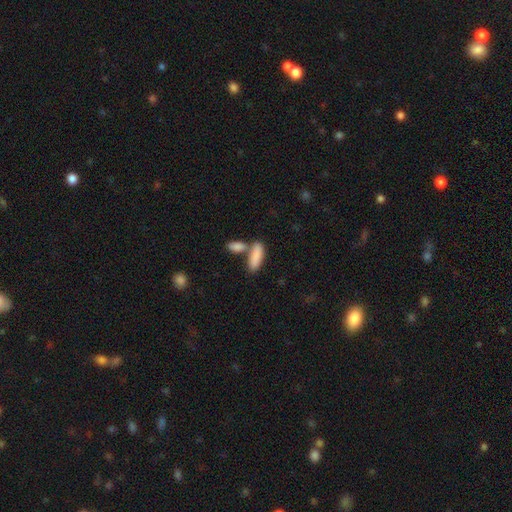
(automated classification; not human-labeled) Smooth or featured? smooth (86%)
How rounded? in between (64%)
Merging? none (48%)